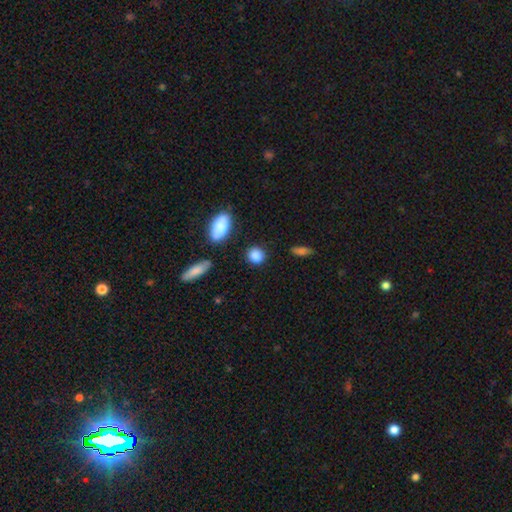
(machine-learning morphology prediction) The model was most divided on "how rounded": round: 77%, in between: 21%, cigar-shaped: 2%. More confident: smooth or featured — smooth (87%); merging — none (84%).